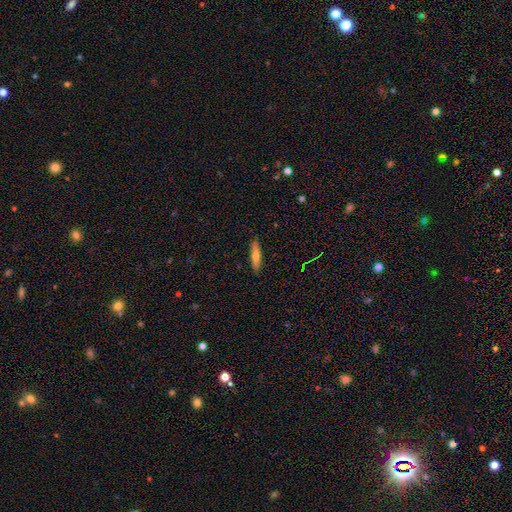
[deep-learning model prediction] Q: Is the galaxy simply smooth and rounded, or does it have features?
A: smooth — 65%.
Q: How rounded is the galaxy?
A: cigar-shaped — 79%.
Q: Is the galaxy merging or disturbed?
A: none — 89%.